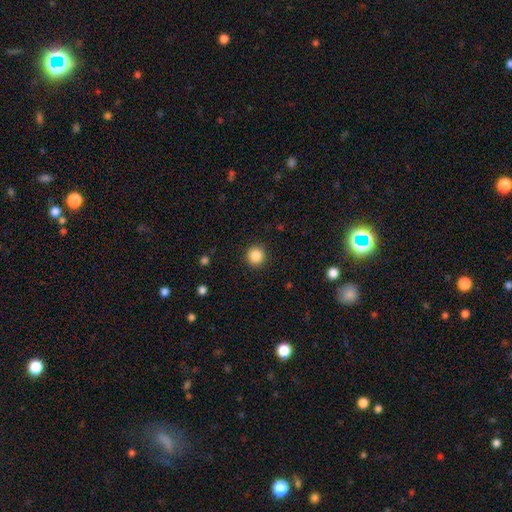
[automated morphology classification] A smooth galaxy with no disk features (86%) that is round (94%). Merging: none (92%).